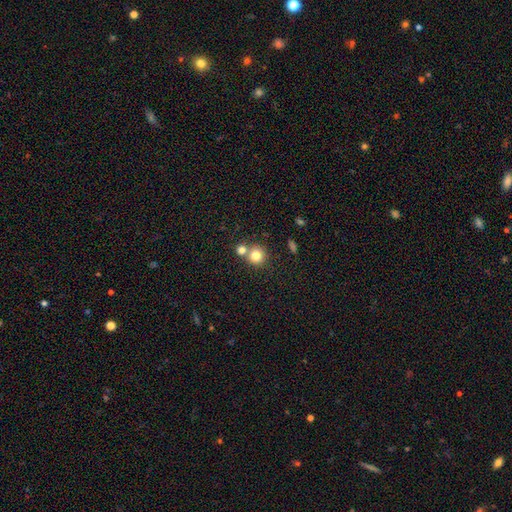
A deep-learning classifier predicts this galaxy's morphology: smooth_or_featured: smooth (p=0.79) [alt: star or artifact p=0.11]
how_rounded: round (p=0.90) [alt: in between p=0.09]
merging: none (p=0.56) [alt: merger p=0.35]